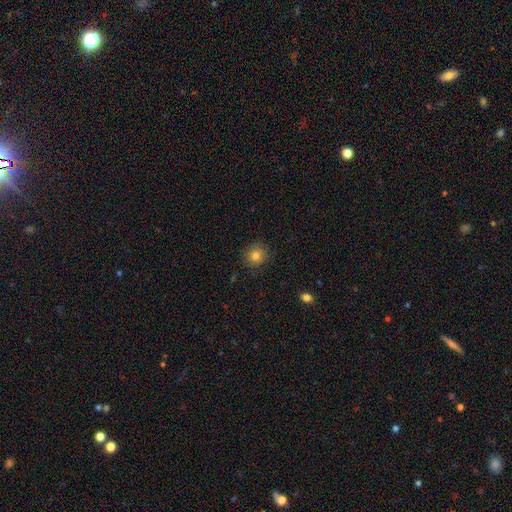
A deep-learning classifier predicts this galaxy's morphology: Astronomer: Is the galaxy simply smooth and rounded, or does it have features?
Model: smooth — 80%.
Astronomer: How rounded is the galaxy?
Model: round — 90%.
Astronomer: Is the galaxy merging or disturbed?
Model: none — 88%.